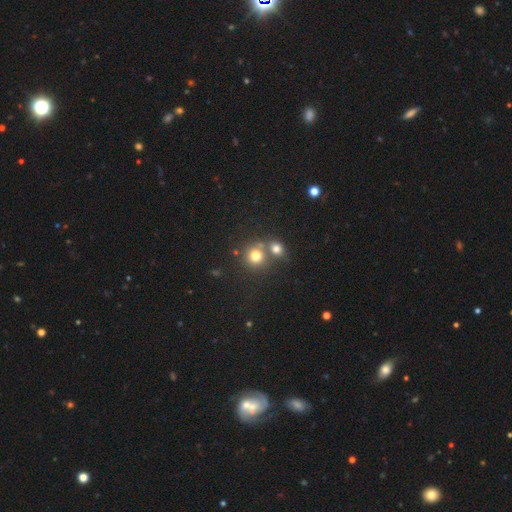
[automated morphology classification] This is likely a smooth galaxy (75%). How rounded: clearly round (88%). Merging: possibly none (52%).